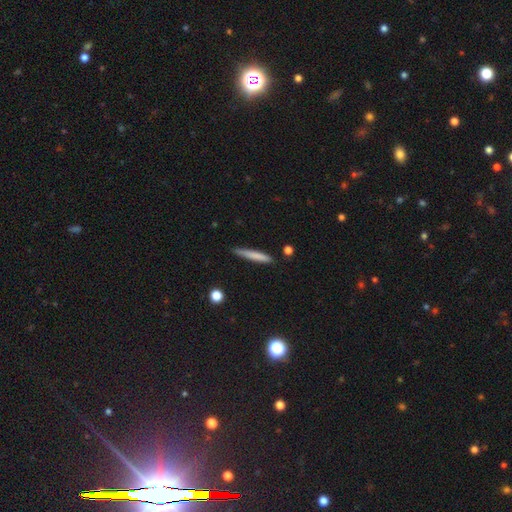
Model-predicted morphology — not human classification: smooth_or_featured: smooth (p=0.75) [alt: featured or disk p=0.18]
how_rounded: cigar-shaped (p=0.94) [alt: in between p=0.05]
merging: none (p=0.81) [alt: minor disturbance p=0.15]